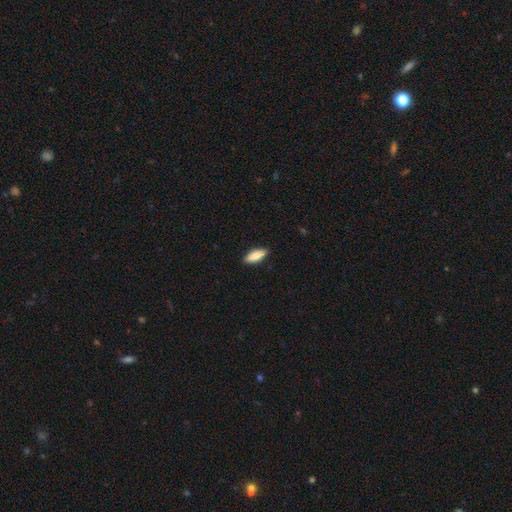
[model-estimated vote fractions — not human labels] Smooth or featured: smooth — 86% (featured or disk — 9%)
How rounded: in between — 70% (cigar-shaped — 28%)
Merging: none — 88% (minor disturbance — 9%)